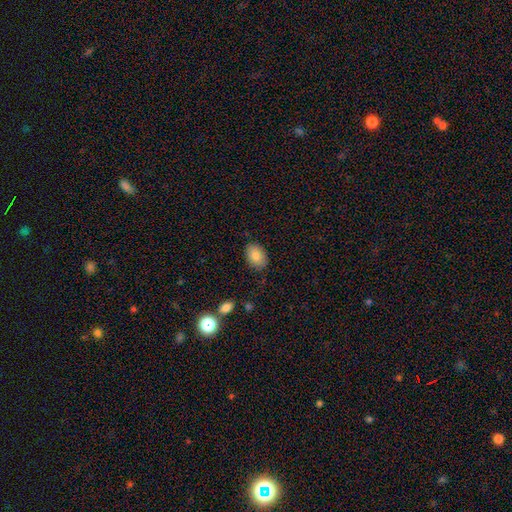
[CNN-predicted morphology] Smooth or featured?
  - smooth: 85% *
  - star or artifact: 8%
  - featured or disk: 7%
How rounded?
  - in between: 83% *
  - round: 16%
  - cigar-shaped: 1%
Merging?
  - none: 83% *
  - minor disturbance: 13%
  - major disturbance: 3%
  - merger: 2%